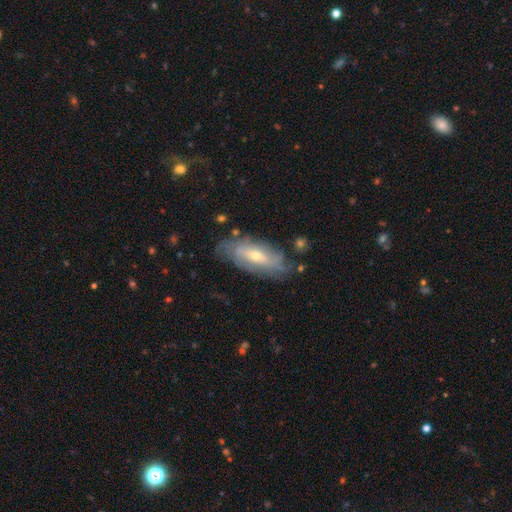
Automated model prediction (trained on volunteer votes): This is likely a featured or disk galaxy (69%). It is clearly not viewed edge-on (83%). Bar: possibly no (57%). Spiral arm pattern: likely yes (79%). Central bulge: possibly small (57%). Merging: likely none (71%).